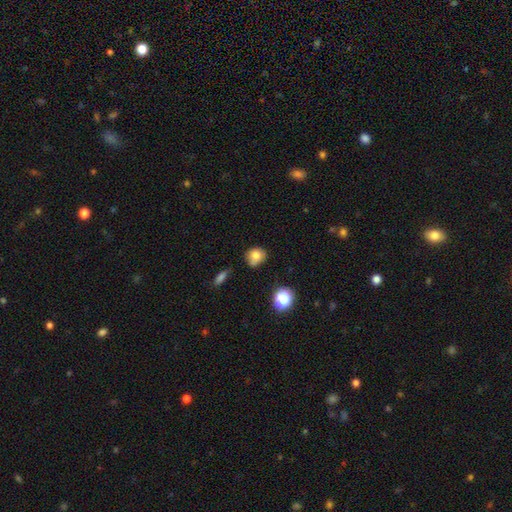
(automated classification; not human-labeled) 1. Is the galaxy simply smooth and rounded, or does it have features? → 79% smooth, 12% star or artifact, 9% featured or disk.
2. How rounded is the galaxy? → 68% round, 30% in between, 1% cigar-shaped.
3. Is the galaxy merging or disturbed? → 59% none, 29% minor disturbance, 7% major disturbance, 5% merger.